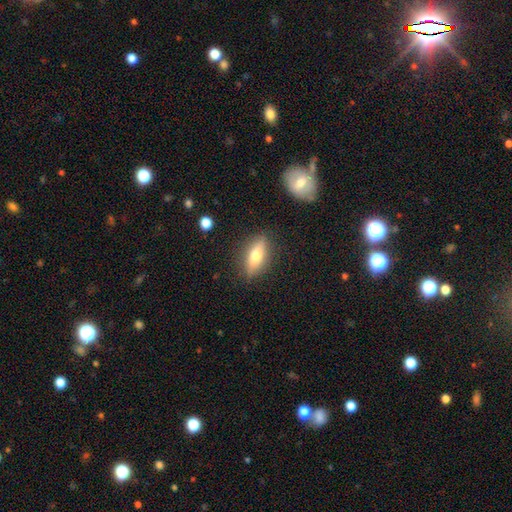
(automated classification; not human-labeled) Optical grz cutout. It shows a smooth galaxy with no disk features (53%) that is in between round and cigar-shaped (56%). Merging: none (85%).